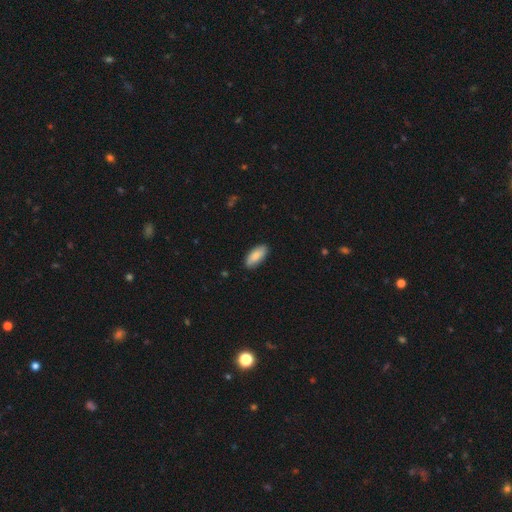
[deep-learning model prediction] smooth-or-featured: smooth: 86% | featured or disk: 8% | star or artifact: 5%
  how-rounded: in between: 85% | cigar-shaped: 13% | round: 2%
  merging: none: 87% | minor disturbance: 10% | major disturbance: 2% | merger: 1%